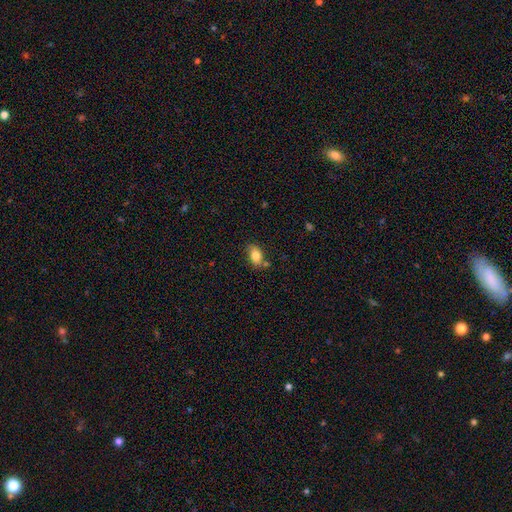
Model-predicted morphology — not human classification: Smooth or featured: smooth — 81% (featured or disk — 10%)
How rounded: in between — 83% (round — 15%)
Merging: none — 70% (minor disturbance — 17%)